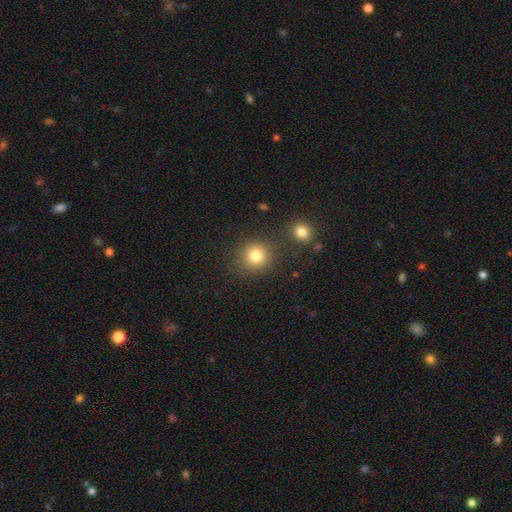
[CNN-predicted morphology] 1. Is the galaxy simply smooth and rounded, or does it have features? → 81% smooth, 12% star or artifact, 7% featured or disk.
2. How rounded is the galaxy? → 89% round, 10% in between, 1% cigar-shaped.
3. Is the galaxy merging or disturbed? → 81% none, 8% minor disturbance, 7% merger, 4% major disturbance.